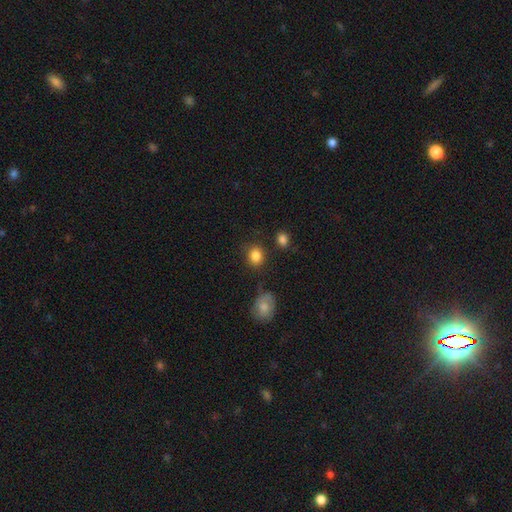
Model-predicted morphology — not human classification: Overall: smooth (85%). How rounded: round (67%; in between 32%). Merging: none (79%).